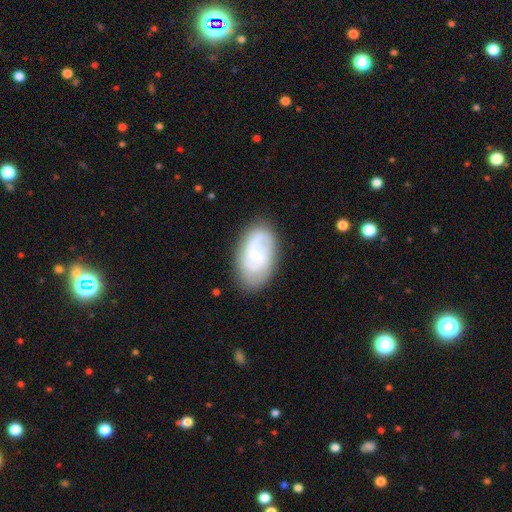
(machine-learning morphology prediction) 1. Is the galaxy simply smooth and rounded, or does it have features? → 74% featured or disk, 21% smooth, 6% star or artifact.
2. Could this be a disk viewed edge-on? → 96% no, 4% yes.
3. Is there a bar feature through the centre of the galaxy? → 54% no, 38% weak, 8% strong.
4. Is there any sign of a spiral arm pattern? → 90% yes, 10% no.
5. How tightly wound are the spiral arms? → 47% tight, 40% medium, 13% loose.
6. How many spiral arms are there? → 54% 2, 24% can't tell, 12% 3, 5% 1, 3% 4, 2% more than 4.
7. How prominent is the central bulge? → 70% small, 23% moderate, 5% none, 2% large, 1% dominant.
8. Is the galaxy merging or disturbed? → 78% none, 15% minor disturbance, 5% major disturbance, 2% merger.